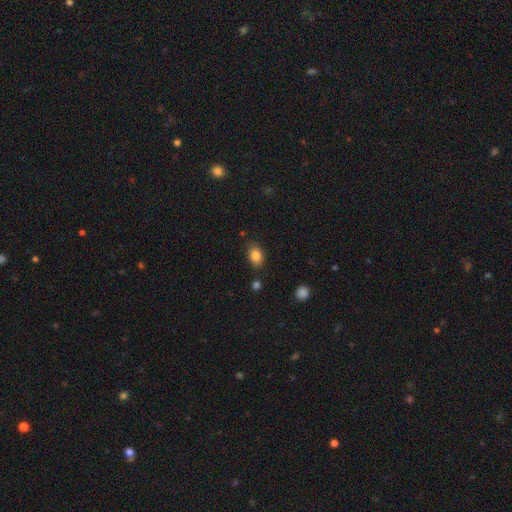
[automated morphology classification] smooth 84%, star or artifact 9%, featured or disk 7%. Down the decision tree: how rounded — in between (82%); merging — none (79%).